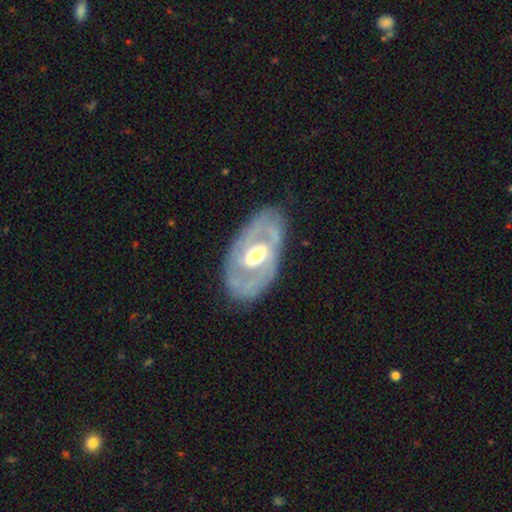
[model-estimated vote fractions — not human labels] Q: Smooth or featured?
A: featured or disk (78%); runner-up: smooth (17%)
Q: Edge-on disk?
A: no (93%); runner-up: yes (7%)
Q: Bar?
A: weak (41%); runner-up: no (37%)
Q: Spiral arms?
A: yes (66%); runner-up: no (34%)
Q: Bulge size?
A: moderate (66%); runner-up: small (16%)
Q: Merging?
A: none (78%); runner-up: minor disturbance (15%)